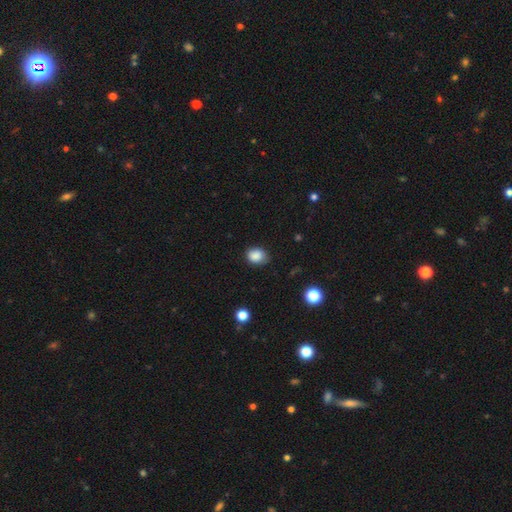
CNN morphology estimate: The model was most divided on "how rounded": in between: 58%, round: 42%, cigar-shaped: 1%. More confident: smooth or featured — smooth (86%); merging — none (75%).